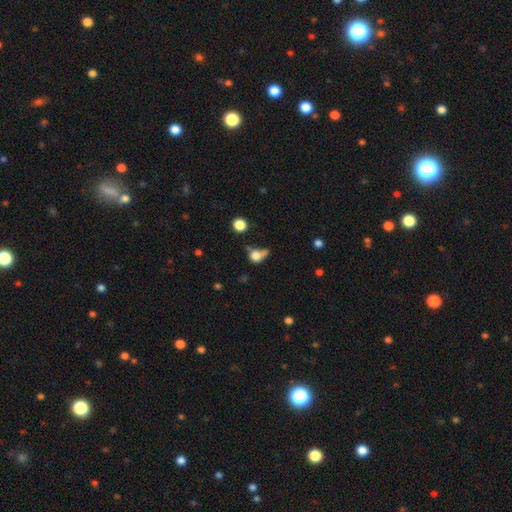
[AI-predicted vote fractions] Smooth or featured? smooth (71%)
How rounded? round (65%)
Merging? none (33%)